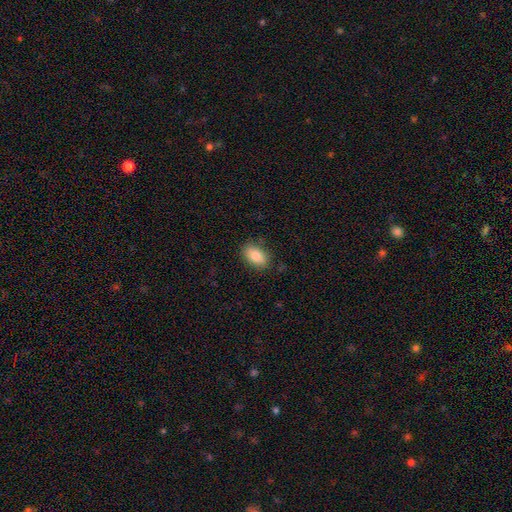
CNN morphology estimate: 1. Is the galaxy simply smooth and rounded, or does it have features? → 85% smooth, 7% star or artifact, 7% featured or disk.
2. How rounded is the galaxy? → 90% in between, 7% round, 2% cigar-shaped.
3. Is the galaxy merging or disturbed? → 83% none, 13% minor disturbance, 3% major disturbance, 1% merger.